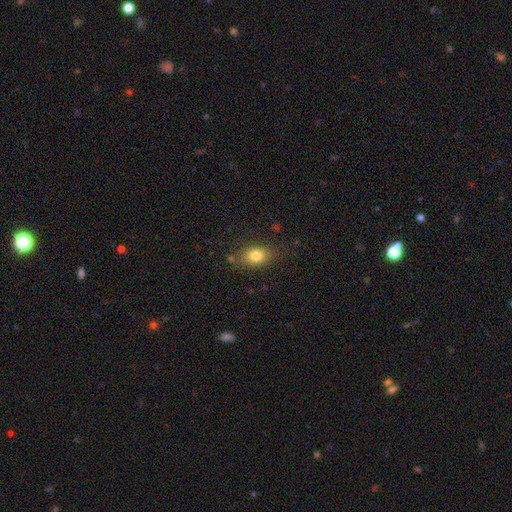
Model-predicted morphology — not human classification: Smooth or featured? smooth (80%)
How rounded? in between (76%)
Merging? none (78%)